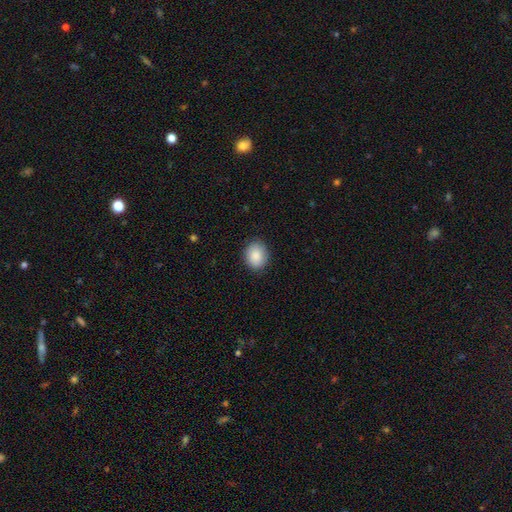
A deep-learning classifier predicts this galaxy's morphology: smooth 88%, star or artifact 7%, featured or disk 5%. Down the decision tree: how rounded — round (56%); merging — none (87%).